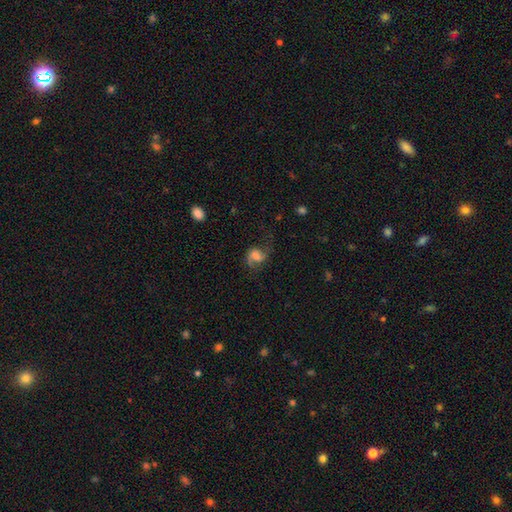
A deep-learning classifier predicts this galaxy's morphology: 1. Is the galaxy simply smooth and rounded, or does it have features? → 50% featured or disk, 39% smooth, 11% star or artifact.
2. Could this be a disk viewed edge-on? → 97% no, 3% yes.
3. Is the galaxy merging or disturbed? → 49% none, 26% major disturbance, 22% minor disturbance, 3% merger.